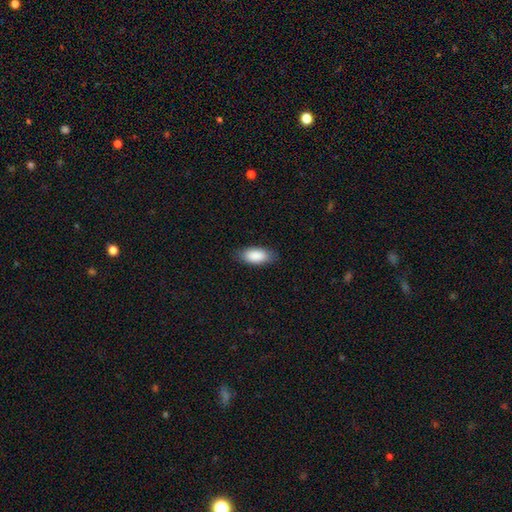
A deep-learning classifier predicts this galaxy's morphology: Smooth or featured: smooth — 89% (star or artifact — 6%)
How rounded: in between — 89% (cigar-shaped — 9%)
Merging: none — 84% (minor disturbance — 12%)